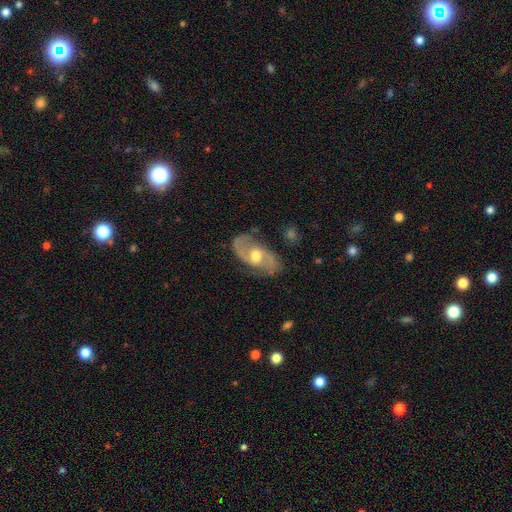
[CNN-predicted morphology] A featured or disk galaxy (81%) with no bar (48%), 2 (89%) medium (50%) spiral arms (91%) and a moderate central bulge (73%).

Vote fractions:
- Smooth or featured? featured or disk: 81% / smooth: 13% / star or artifact: 5%
- Edge-on disk? no: 95% / yes: 5%
- Bar? no: 48% / weak: 41% / strong: 11%
- Spiral arms? yes: 91% / no: 9%
- Spiral winding? medium: 50% / loose: 34% / tight: 16%
- Spiral arm count? 2: 89% / can't tell: 5% / 1: 2% / 3: 1% / 4: 1% / more than 4: 1%
- Bulge size? moderate: 73% / small: 17% / large: 9% / none: 1% / dominant: 1%
- Merging? none: 75% / minor disturbance: 17% / major disturbance: 6% / merger: 2%